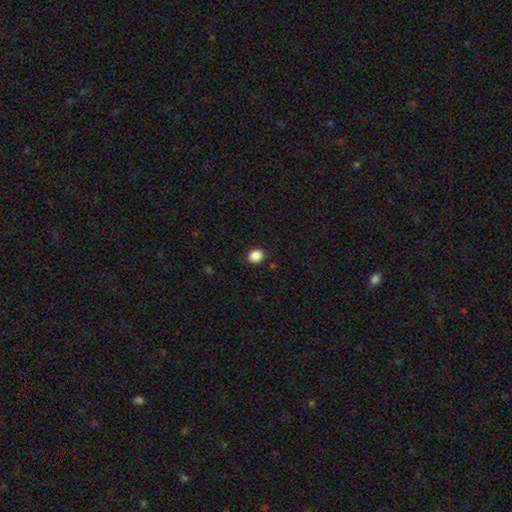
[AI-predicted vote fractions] Smooth or featured: smooth — 87% (star or artifact — 10%)
How rounded: round — 85% (in between — 14%)
Merging: none — 91% (minor disturbance — 6%)